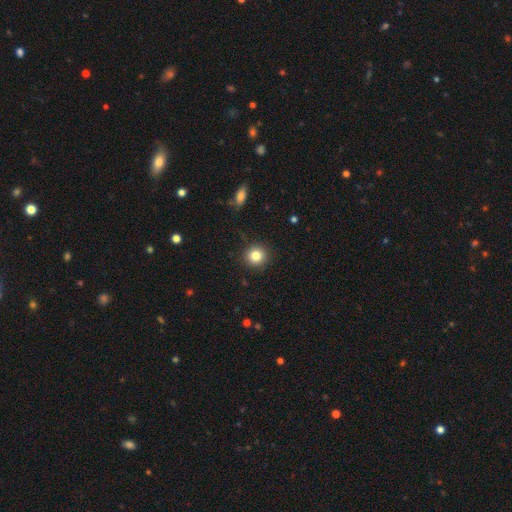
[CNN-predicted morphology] A smooth galaxy with no disk features (83%) that is round (92%). Merging: none (90%).